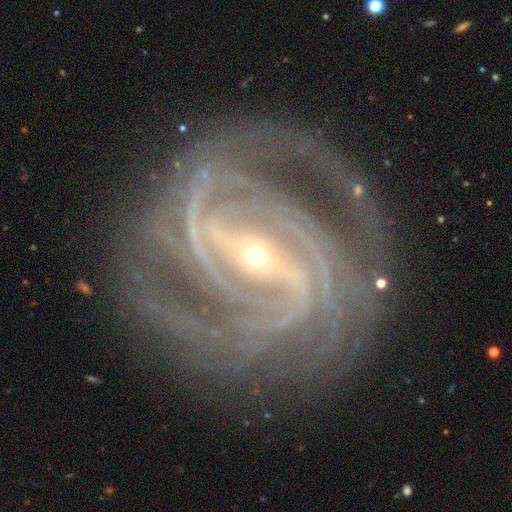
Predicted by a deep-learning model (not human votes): The model was most divided on "spiral arm count": 2: 31%, 3: 23%, 4: 17%, can't tell: 14%, more than 4: 8%, 1: 7%. More confident: spiral arms — yes (98%); edge-on disk — no (97%); smooth or featured — featured or disk (92%); merging — none (80%); bulge size — small (74%); bar — strong (73%); spiral winding — tight (60%).